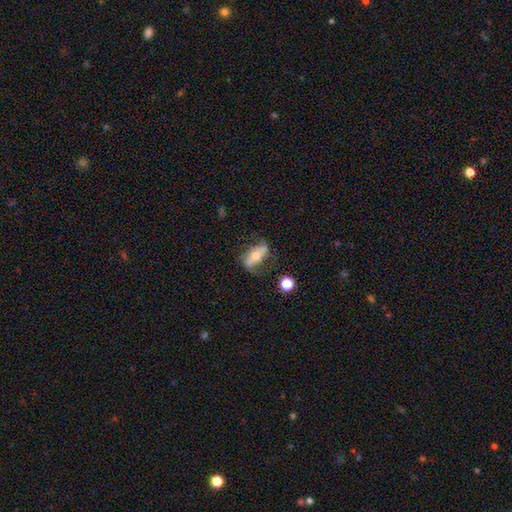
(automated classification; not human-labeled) This is likely a featured or disk galaxy (65%). It is likely not viewed edge-on (80%). Bar: possibly strong (47%). Spiral arm pattern: likely yes (76%). Central bulge: possibly moderate (60%). Merging: likely none (61%).